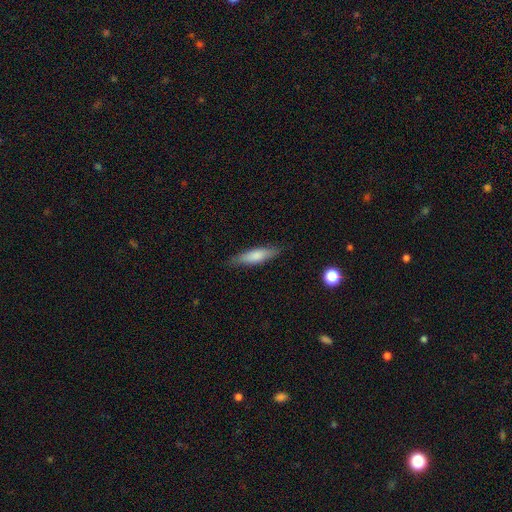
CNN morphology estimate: This appears to be a smooth galaxy with no disk features (74%) that is cigar-shaped (66%). Merging: none (82%).